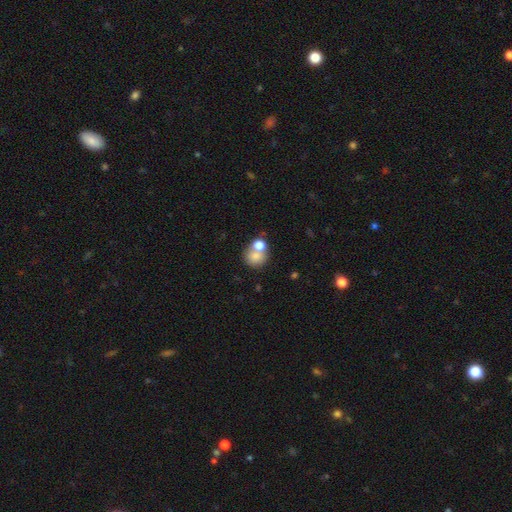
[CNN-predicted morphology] Smooth or featured? Predicted: smooth (p=0.75). How rounded? Predicted: round (p=0.77). Merging? Predicted: merger (p=0.45).